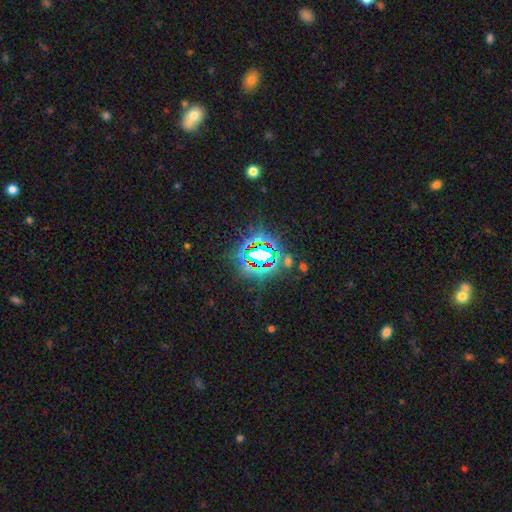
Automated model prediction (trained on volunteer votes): Smooth or featured? Predicted: star or artifact (p=0.79).